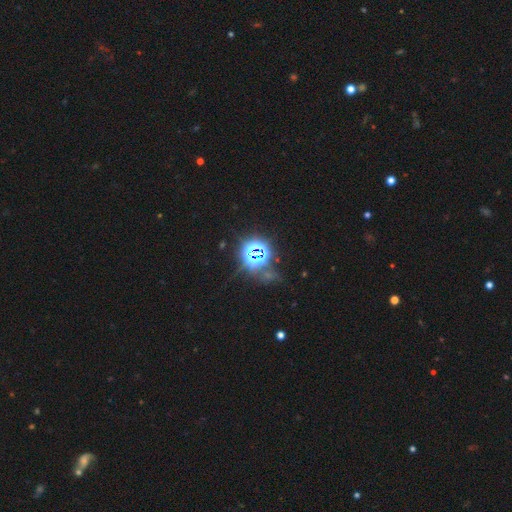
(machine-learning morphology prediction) Smooth or featured? Predicted: star or artifact (p=0.77).